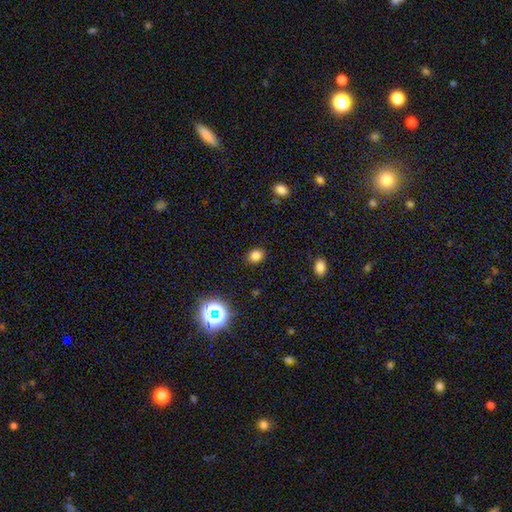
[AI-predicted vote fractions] A smooth galaxy with no disk features (80%) that is in between round and cigar-shaped (52%).

Vote fractions:
- Smooth or featured? smooth: 80% / star or artifact: 15% / featured or disk: 5%
- How rounded? in between: 52% / round: 47% / cigar-shaped: 1%
- Merging? none: 87% / minor disturbance: 9% / major disturbance: 3% / merger: 1%